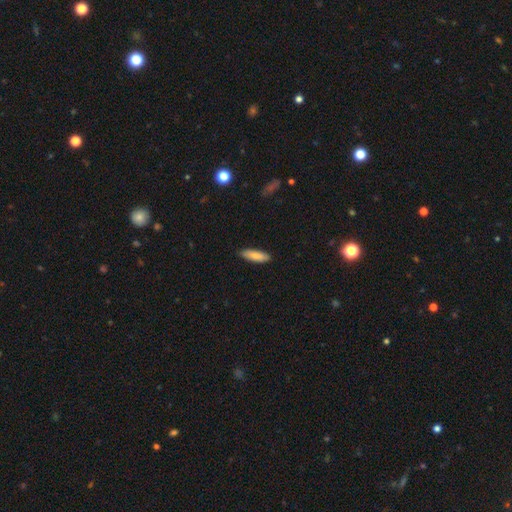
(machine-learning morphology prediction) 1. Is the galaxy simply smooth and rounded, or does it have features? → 84% smooth, 10% featured or disk, 6% star or artifact.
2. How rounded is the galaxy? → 55% cigar-shaped, 44% in between, 1% round.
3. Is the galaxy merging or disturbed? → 87% none, 10% minor disturbance, 2% major disturbance, 1% merger.